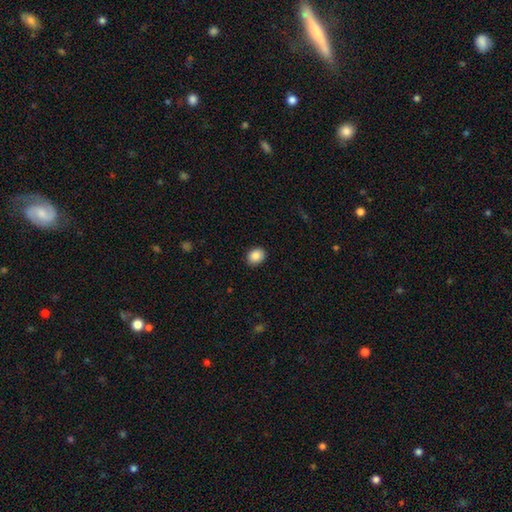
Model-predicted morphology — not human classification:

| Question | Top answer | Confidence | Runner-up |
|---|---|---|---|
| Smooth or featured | smooth | 88% | star or artifact (8%) |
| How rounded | round | 55% | in between (44%) |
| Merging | none | 89% | minor disturbance (8%) |